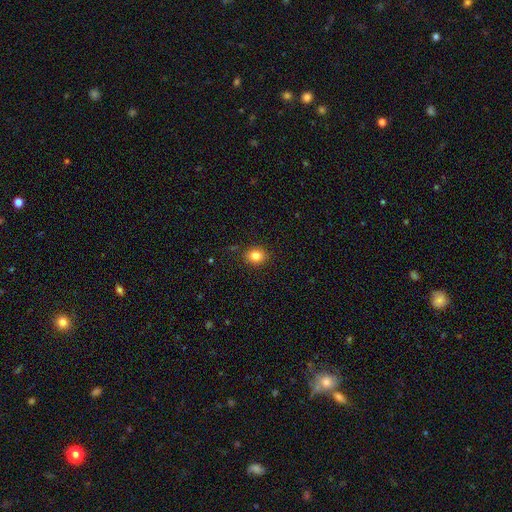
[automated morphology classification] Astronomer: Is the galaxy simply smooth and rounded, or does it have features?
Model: smooth — 83%.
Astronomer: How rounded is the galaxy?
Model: round — 68%.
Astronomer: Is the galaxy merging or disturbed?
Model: none — 88%.